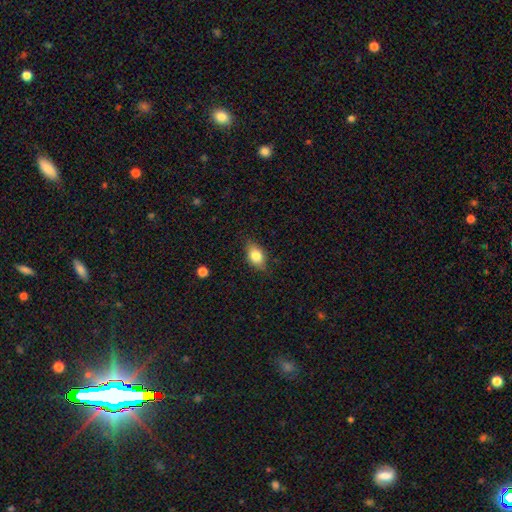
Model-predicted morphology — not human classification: smooth 80%, featured or disk 12%, star or artifact 8%. Down the decision tree: how rounded — in between (85%); merging — none (82%).